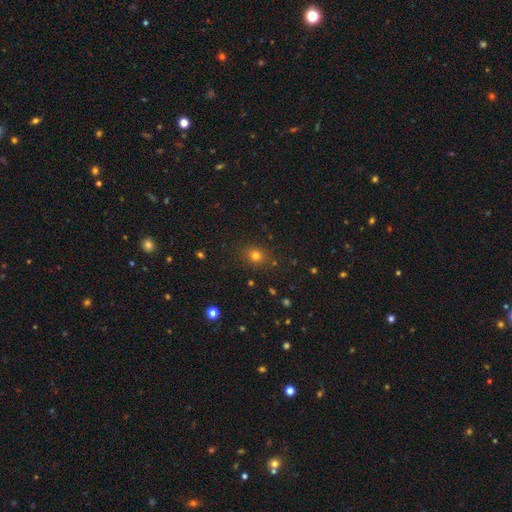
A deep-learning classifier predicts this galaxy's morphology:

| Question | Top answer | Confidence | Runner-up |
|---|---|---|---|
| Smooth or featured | smooth | 76% | star or artifact (17%) |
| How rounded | round | 74% | in between (25%) |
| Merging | none | 86% | minor disturbance (9%) |